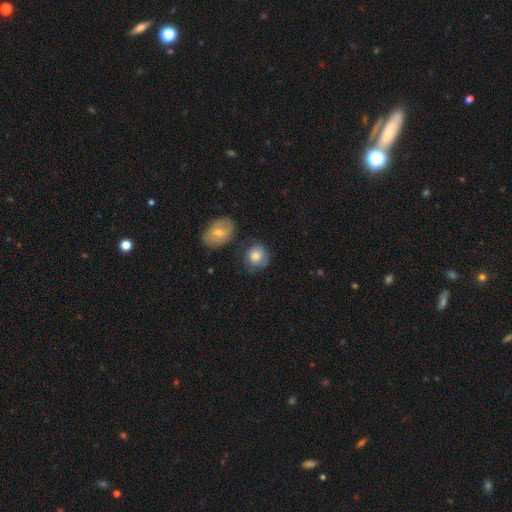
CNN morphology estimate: This is likely a smooth galaxy (75%). How rounded: likely round (76%). Merging: likely none (60%).